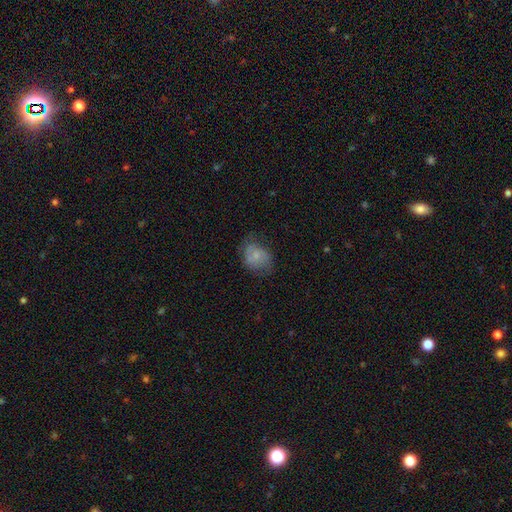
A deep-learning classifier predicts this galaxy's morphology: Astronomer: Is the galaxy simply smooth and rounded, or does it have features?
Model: smooth — 56% (runner-up: featured or disk, 36%).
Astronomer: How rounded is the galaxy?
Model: in between — 53% (runner-up: round, 46%).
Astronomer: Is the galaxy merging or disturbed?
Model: none — 55%.